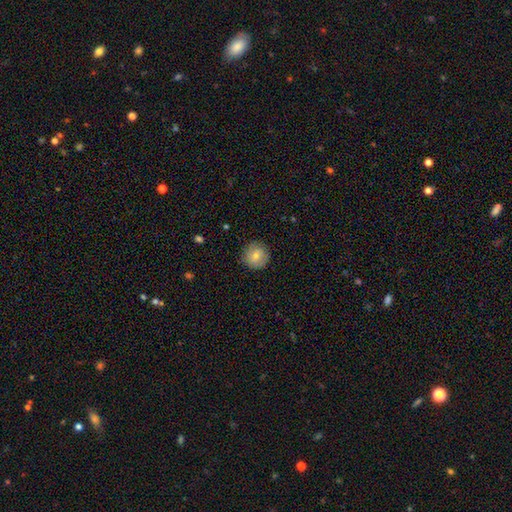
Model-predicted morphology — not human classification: Overall: smooth (74%). How rounded: round (94%). Merging: none (88%).